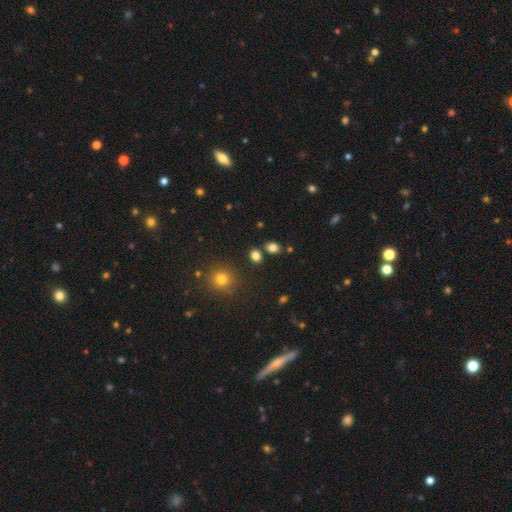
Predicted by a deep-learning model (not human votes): Smooth or featured? smooth (81%)
How rounded? in between (50%)
Merging? none (79%)